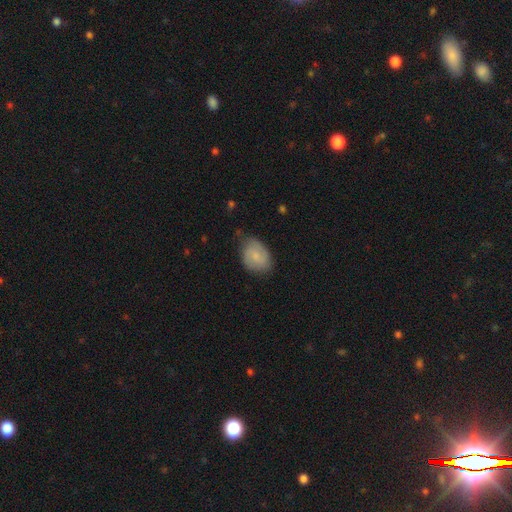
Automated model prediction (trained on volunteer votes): Smooth or featured: smooth — 67% (featured or disk — 26%)
How rounded: in between — 70% (round — 29%)
Merging: none — 65% (minor disturbance — 28%)